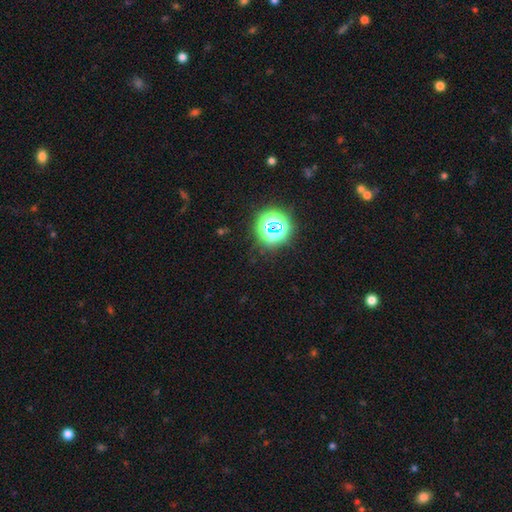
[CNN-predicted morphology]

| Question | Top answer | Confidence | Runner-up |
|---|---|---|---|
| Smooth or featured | star or artifact | 75% | smooth (18%) |